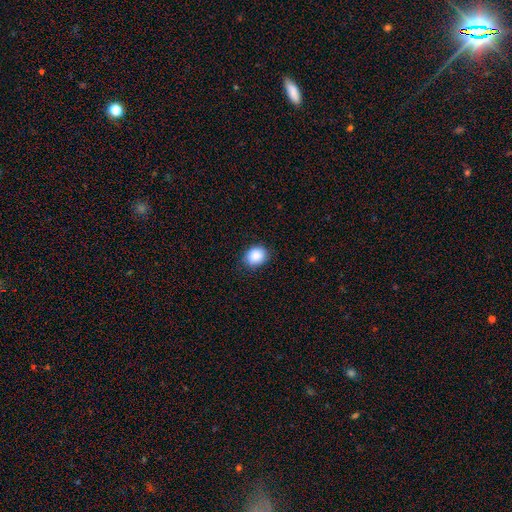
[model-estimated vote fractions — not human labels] Q: Smooth or featured?
A: smooth (89%); runner-up: star or artifact (8%)
Q: How rounded?
A: round (56%); runner-up: in between (44%)
Q: Merging?
A: none (83%); runner-up: minor disturbance (13%)